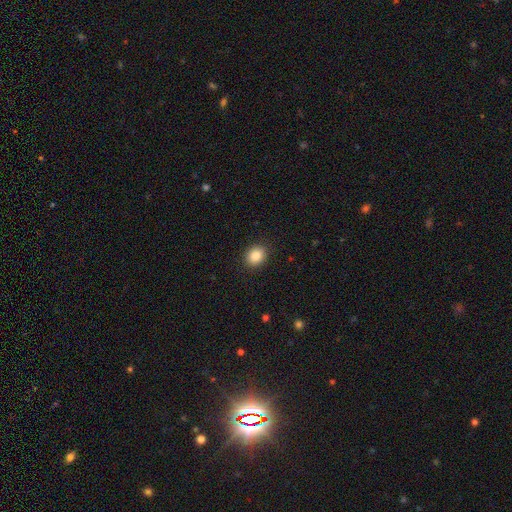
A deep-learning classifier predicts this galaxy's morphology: Smooth or featured?
  - smooth: 87% *
  - star or artifact: 9%
  - featured or disk: 4%
How rounded?
  - round: 57% *
  - in between: 42%
  - cigar-shaped: 1%
Merging?
  - none: 90% *
  - minor disturbance: 7%
  - major disturbance: 2%
  - merger: 1%